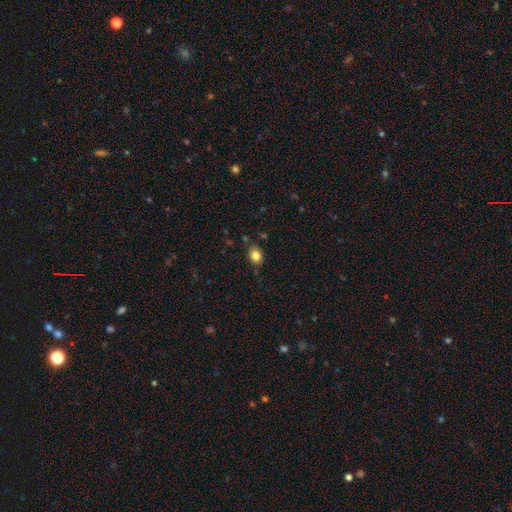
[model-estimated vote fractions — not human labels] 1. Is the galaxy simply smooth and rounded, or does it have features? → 82% smooth, 11% star or artifact, 7% featured or disk.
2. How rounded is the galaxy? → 55% round, 44% in between, 1% cigar-shaped.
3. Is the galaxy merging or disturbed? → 77% none, 17% minor disturbance, 4% major disturbance, 3% merger.